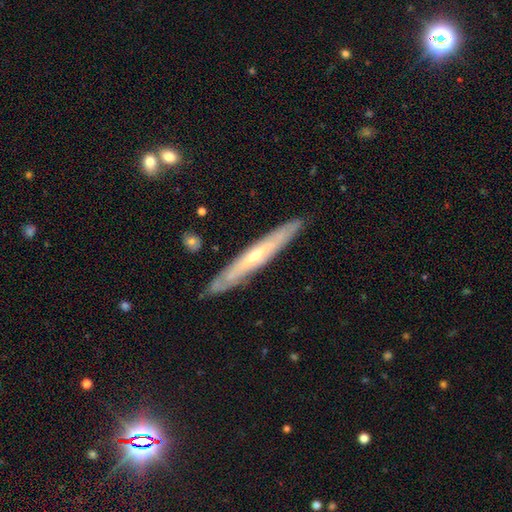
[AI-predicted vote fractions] This is likely a featured or disk galaxy (69%). It is clearly viewed edge-on (80%). Edge-on bulge: likely rounded (66%). Merging: clearly none (86%).